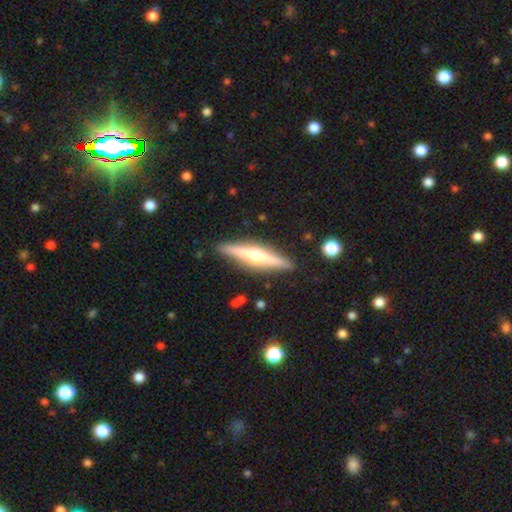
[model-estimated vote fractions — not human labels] Smooth or featured: featured or disk — 71% (smooth — 24%)
Edge-on disk: yes — 97% (no — 3%)
Edge-on bulge: rounded — 89% (none — 5%)
Merging: none — 90% (minor disturbance — 7%)